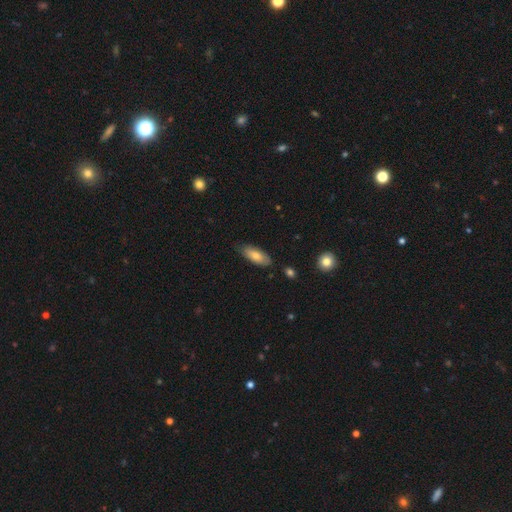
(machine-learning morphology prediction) This is likely a smooth galaxy (76%). How rounded: likely in between (80%). Merging: likely none (78%).